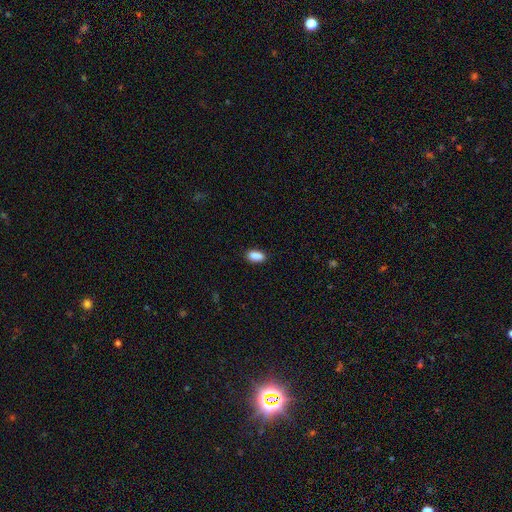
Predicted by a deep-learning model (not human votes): smooth_or_featured: smooth (p=0.88) [alt: star or artifact p=0.08]
how_rounded: in between (p=0.88) [alt: cigar-shaped p=0.07]
merging: none (p=0.84) [alt: minor disturbance p=0.12]